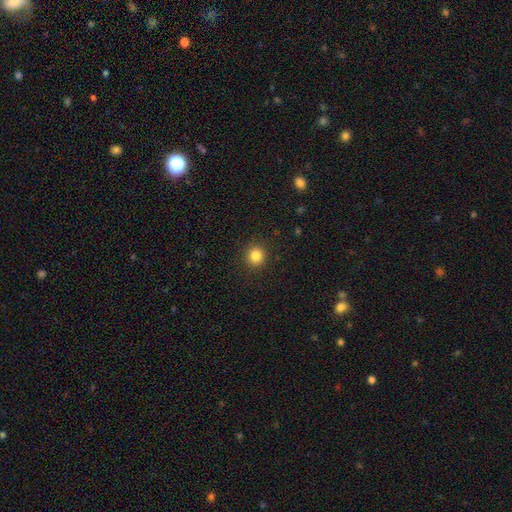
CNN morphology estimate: smooth 84%, star or artifact 12%, featured or disk 4%. Down the decision tree: how rounded — round (92%); merging — none (91%).